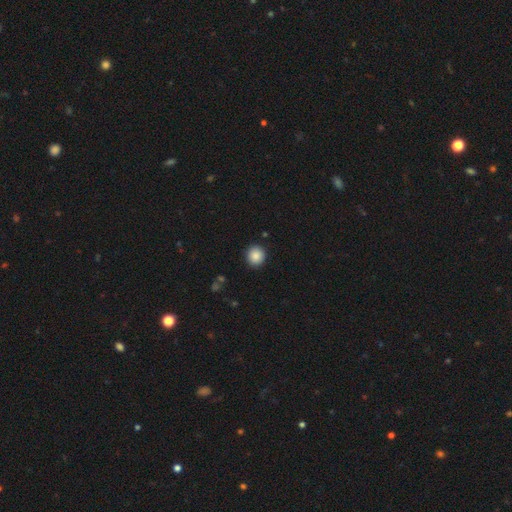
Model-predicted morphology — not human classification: Q: Smooth or featured?
A: smooth (87%); runner-up: star or artifact (9%)
Q: How rounded?
A: round (92%); runner-up: in between (7%)
Q: Merging?
A: none (91%); runner-up: minor disturbance (6%)